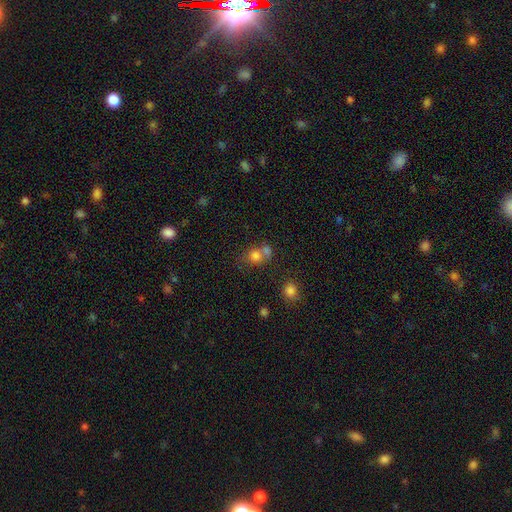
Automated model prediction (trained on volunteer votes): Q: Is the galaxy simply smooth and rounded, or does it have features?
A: smooth — 76%.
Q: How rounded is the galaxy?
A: round — 74%.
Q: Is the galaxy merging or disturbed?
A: merger — 48%.